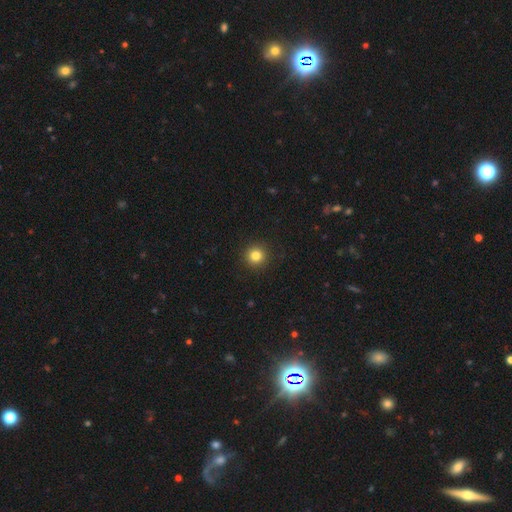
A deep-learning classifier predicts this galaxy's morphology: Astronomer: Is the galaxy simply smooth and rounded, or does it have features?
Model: smooth — 83%.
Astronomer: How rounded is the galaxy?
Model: round — 95%.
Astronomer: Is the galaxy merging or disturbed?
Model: none — 93%.